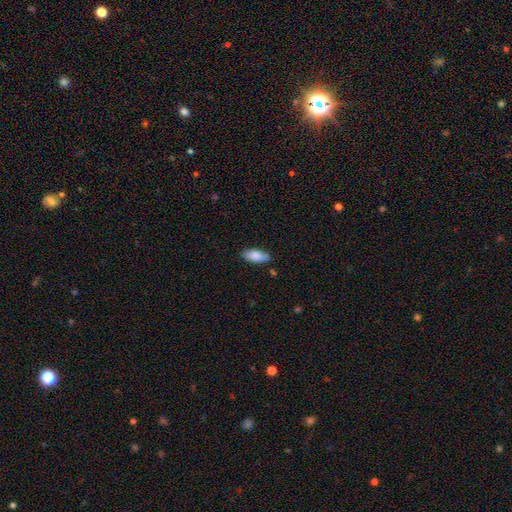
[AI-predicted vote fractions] smooth_or_featured: smooth (p=0.85) [alt: featured or disk p=0.08]
how_rounded: in between (p=0.83) [alt: cigar-shaped p=0.15]
merging: none (p=0.82) [alt: minor disturbance p=0.14]